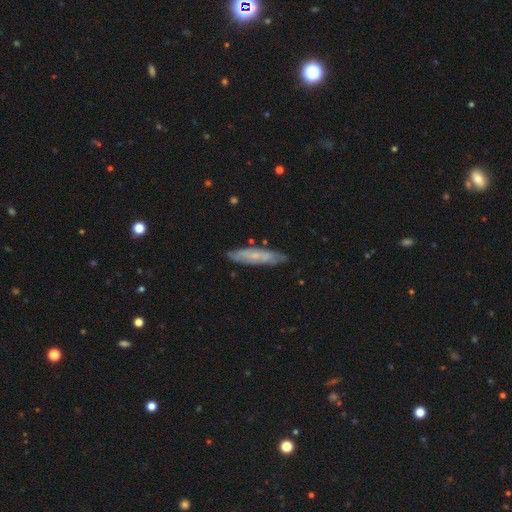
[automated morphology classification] Smooth or featured?
  - featured or disk: 53% *
  - smooth: 39%
  - star or artifact: 8%
Edge-on disk?
  - no: 54% *
  - yes: 46%
Merging?
  - none: 82% *
  - minor disturbance: 14%
  - major disturbance: 3%
  - merger: 2%